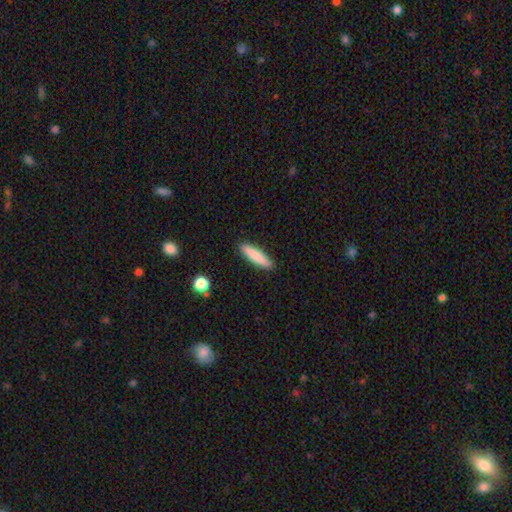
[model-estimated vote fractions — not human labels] smooth 81%, featured or disk 13%, star or artifact 6%. Down the decision tree: how rounded — cigar-shaped (83%); merging — none (91%).